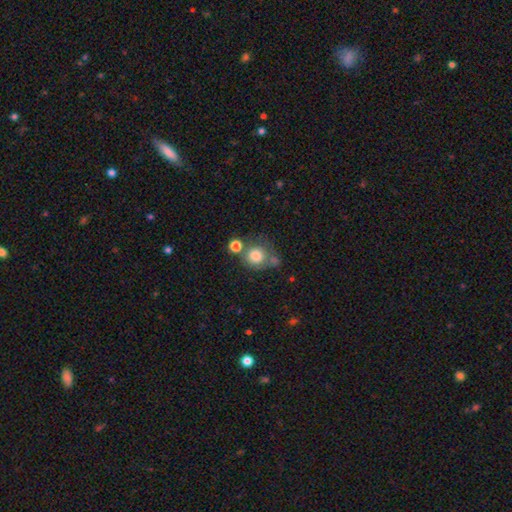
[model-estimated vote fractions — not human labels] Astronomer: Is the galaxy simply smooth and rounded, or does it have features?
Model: smooth — 77%.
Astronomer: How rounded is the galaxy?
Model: round — 85%.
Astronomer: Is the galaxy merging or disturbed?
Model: none — 51%.